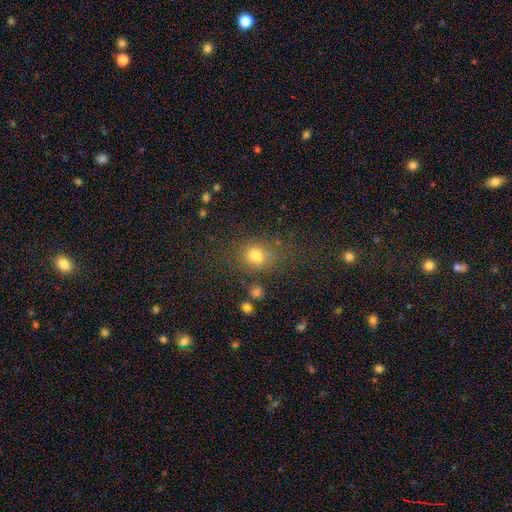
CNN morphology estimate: smooth_or_featured: smooth (p=0.75) [alt: star or artifact p=0.15]
how_rounded: in between (p=0.52) [alt: round p=0.46]
merging: none (p=0.56) [alt: minor disturbance p=0.19]